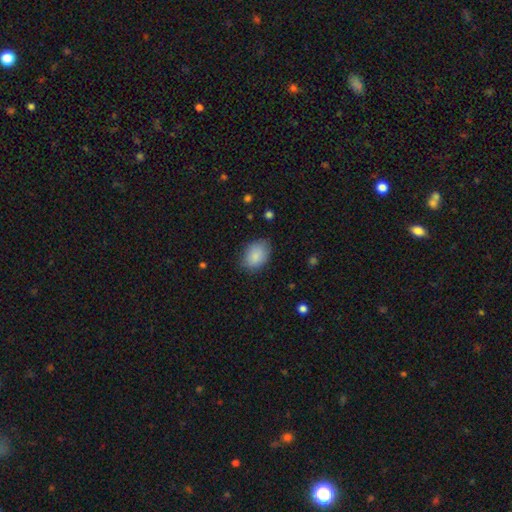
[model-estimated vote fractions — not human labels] smooth-or-featured: smooth: 87% | star or artifact: 7% | featured or disk: 5%
  how-rounded: in between: 77% | round: 22% | cigar-shaped: 1%
  merging: none: 78% | minor disturbance: 17% | major disturbance: 4% | merger: 1%